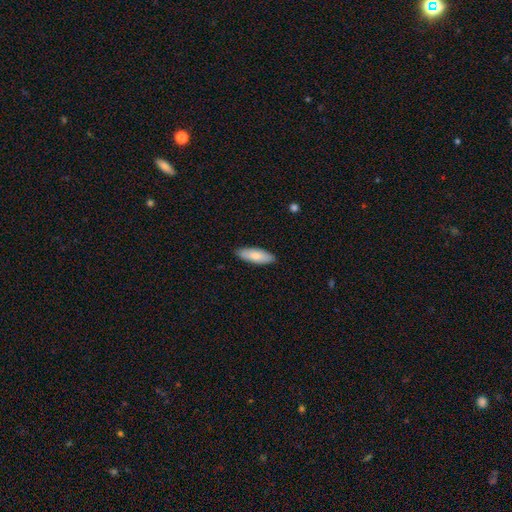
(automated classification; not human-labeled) This appears to be a smooth galaxy with no disk features (79%) that is in between round and cigar-shaped (70%). Merging: none (88%).